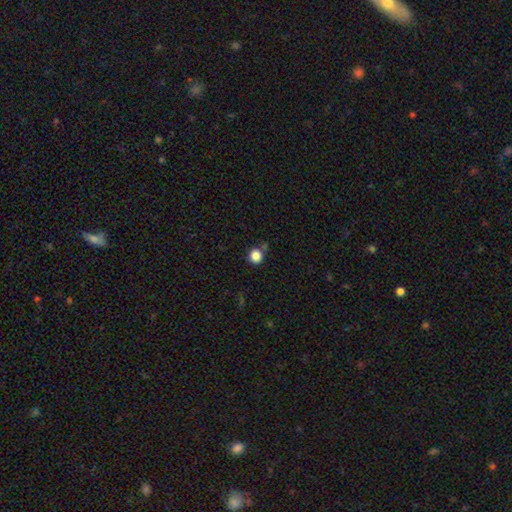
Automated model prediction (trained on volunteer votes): Smooth or featured?
  - smooth: 85% *
  - star or artifact: 11%
  - featured or disk: 4%
How rounded?
  - round: 92% *
  - in between: 7%
  - cigar-shaped: 1%
Merging?
  - none: 77% *
  - minor disturbance: 11%
  - merger: 9%
  - major disturbance: 3%